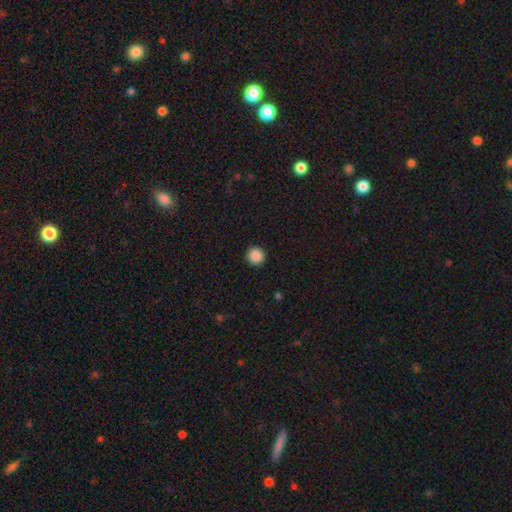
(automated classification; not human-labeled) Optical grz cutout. It shows a smooth galaxy with no disk features (88%) that is round (95%). Merging: none (92%).